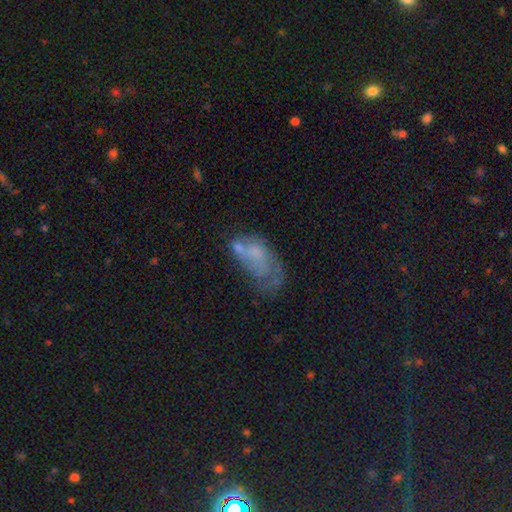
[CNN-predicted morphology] Smooth or featured: smooth — 48% (featured or disk — 41%)
Merging: major disturbance — 33% (none — 25%)